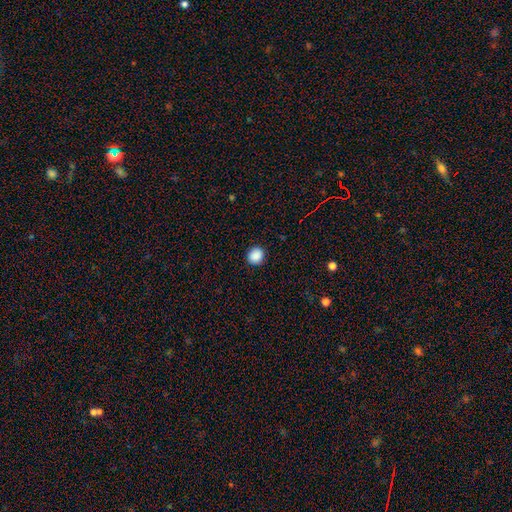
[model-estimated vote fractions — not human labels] Smooth or featured? smooth (89%)
How rounded? round (88%)
Merging? none (92%)